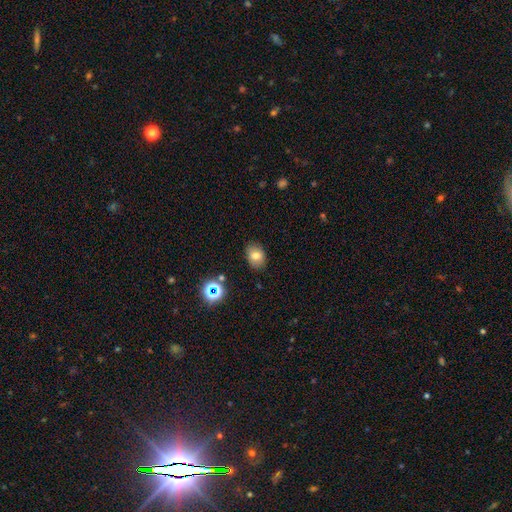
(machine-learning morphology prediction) Smooth or featured? Predicted: smooth (p=0.75). How rounded? Predicted: in between (p=0.66). Merging? Predicted: none (p=0.85).